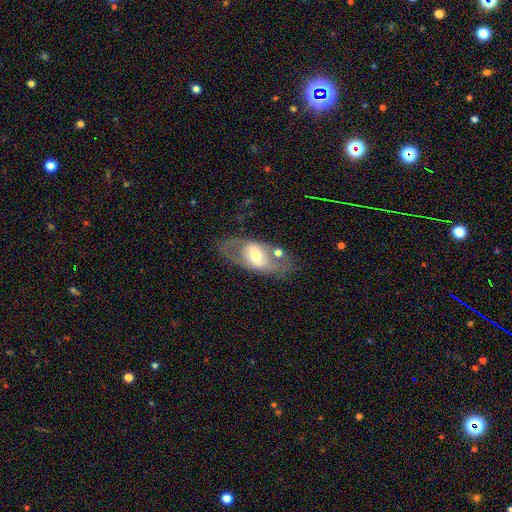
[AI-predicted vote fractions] smooth_or_featured: featured or disk (p=0.62) [alt: smooth p=0.31]
disk_edge_on: no (p=0.87) [alt: yes p=0.13]
bar: weak (p=0.36) [alt: no p=0.35]
has_spiral_arms: no (p=0.61) [alt: yes p=0.39]
bulge_size: moderate (p=0.56) [alt: small p=0.28]
merging: none (p=0.65) [alt: minor disturbance p=0.17]